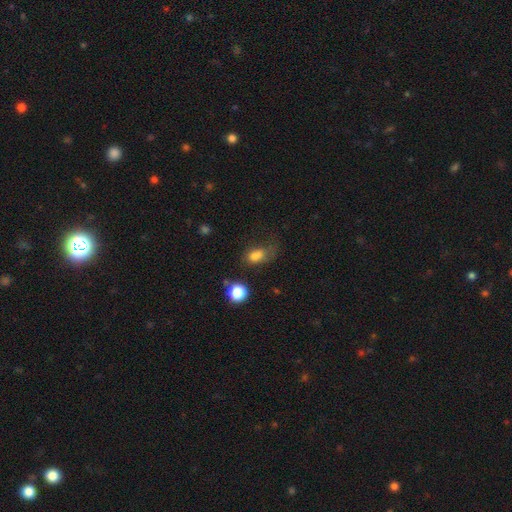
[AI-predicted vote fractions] A smooth galaxy with no disk features (75%) that is in between round and cigar-shaped (72%). Merging: none (32%).